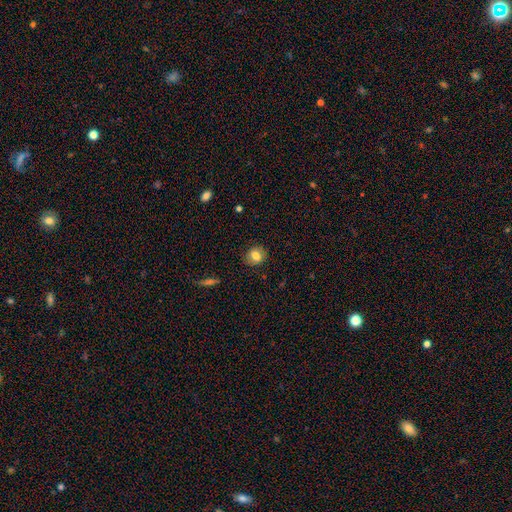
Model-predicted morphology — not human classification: A smooth galaxy with no disk features (78%) that is round (67%). Merging: none (85%).